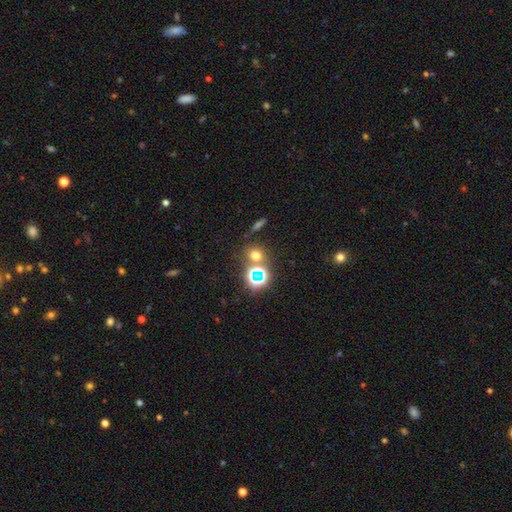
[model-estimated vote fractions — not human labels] Smooth or featured: smooth — 57% (star or artifact — 34%)
How rounded: round — 76% (in between — 22%)
Merging: none — 72% (merger — 16%)